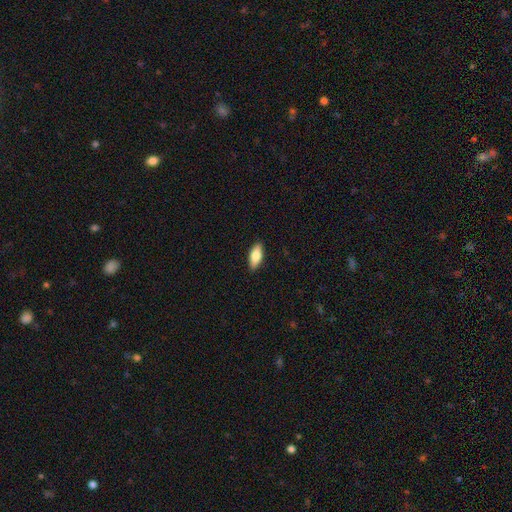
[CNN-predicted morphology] A smooth galaxy with no disk features (80%) that is in between round and cigar-shaped (81%). Merging: none (89%).